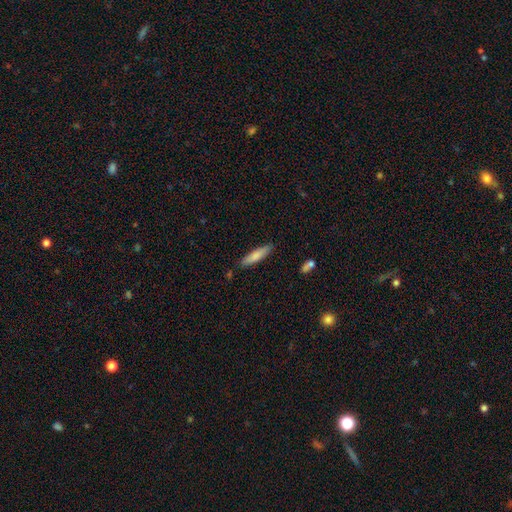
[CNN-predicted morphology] Smooth or featured? smooth (77%)
How rounded? cigar-shaped (78%)
Merging? none (85%)